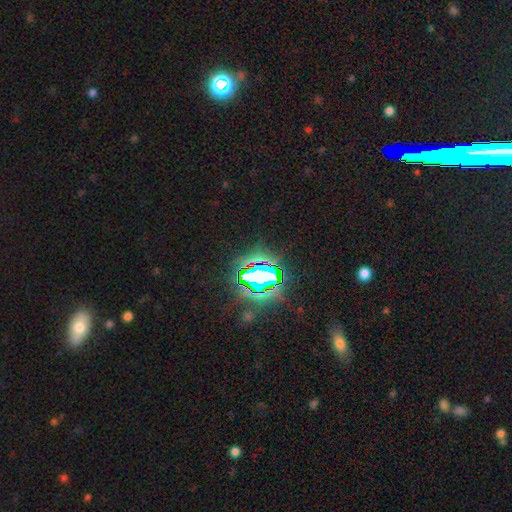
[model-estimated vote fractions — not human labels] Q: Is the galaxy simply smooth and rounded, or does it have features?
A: star or artifact — 82%.